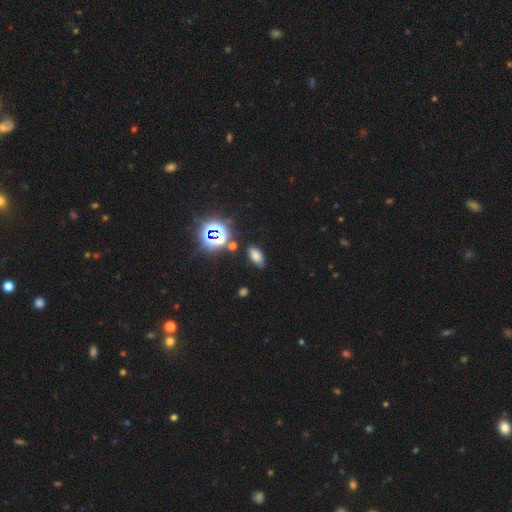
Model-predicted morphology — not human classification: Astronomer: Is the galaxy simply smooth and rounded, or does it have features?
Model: smooth — 63%.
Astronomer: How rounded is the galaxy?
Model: in between — 88%.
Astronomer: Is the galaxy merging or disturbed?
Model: none — 84%.